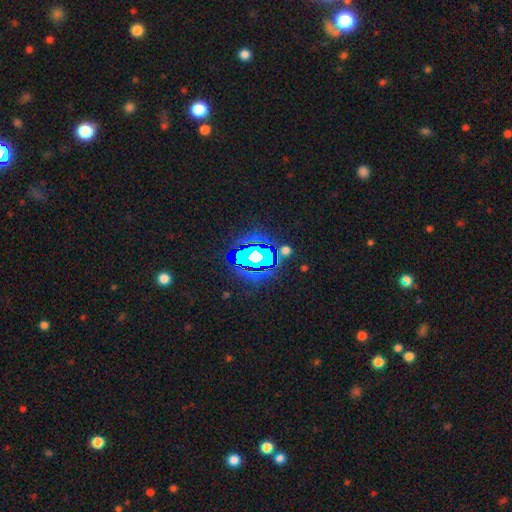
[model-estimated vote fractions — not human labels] A star or artifact, not a galaxy (64%).

Vote fractions:
- Smooth or featured? star or artifact: 64% / smooth: 19% / featured or disk: 16%